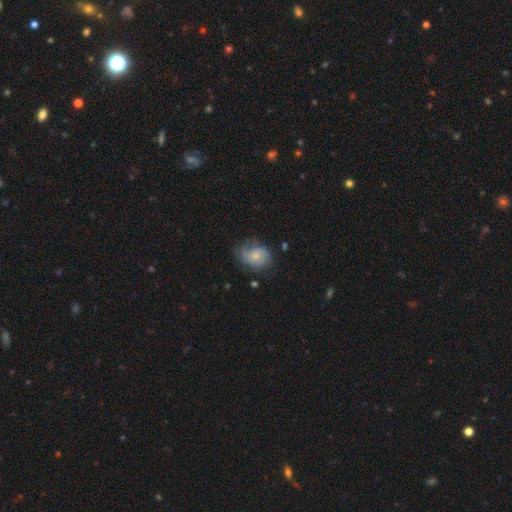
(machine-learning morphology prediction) smooth-or-featured: featured or disk: 51% | smooth: 41% | star or artifact: 8%
  disk-edge-on: no: 97% | yes: 3%
  merging: none: 55% | minor disturbance: 28% | major disturbance: 16% | merger: 2%